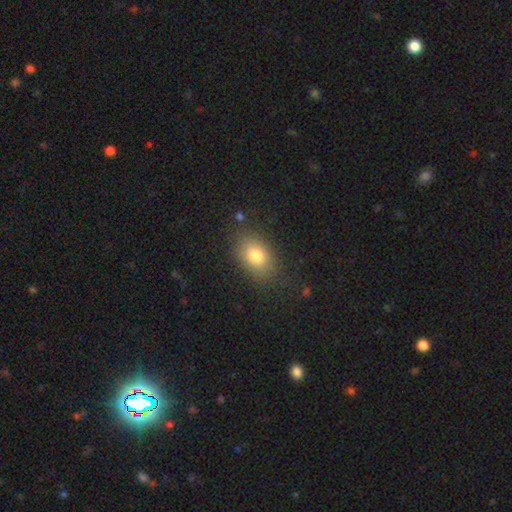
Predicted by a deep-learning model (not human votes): smooth_or_featured: smooth (p=0.79) [alt: featured or disk p=0.11]
how_rounded: in between (p=0.80) [alt: round p=0.18]
merging: none (p=0.81) [alt: minor disturbance p=0.13]